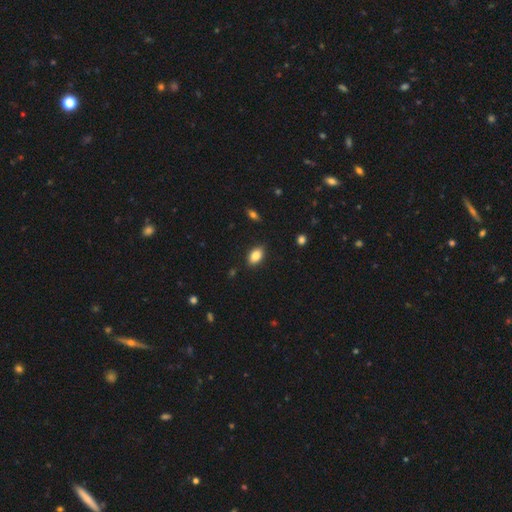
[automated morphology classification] Smooth or featured: smooth — 84% (star or artifact — 8%)
How rounded: in between — 88% (round — 10%)
Merging: none — 85% (minor disturbance — 11%)